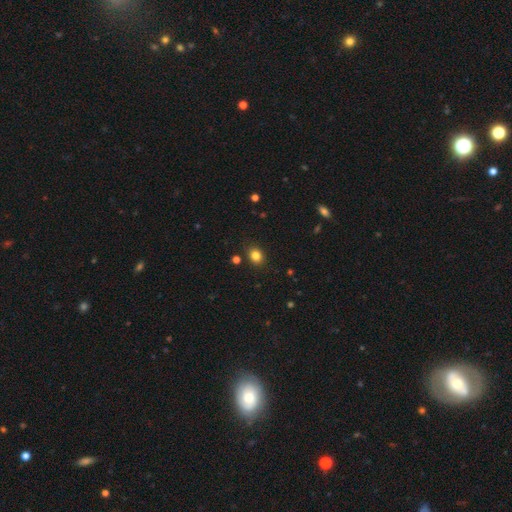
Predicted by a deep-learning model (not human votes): This appears to be a smooth galaxy with no disk features (82%) that is round (60%). Merging: none (87%).